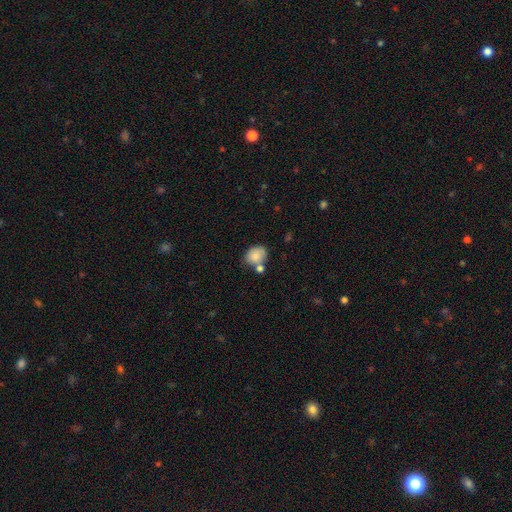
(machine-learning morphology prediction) A smooth galaxy with no disk features (84%) that is in between round and cigar-shaped (58%). Merging: none (53%).